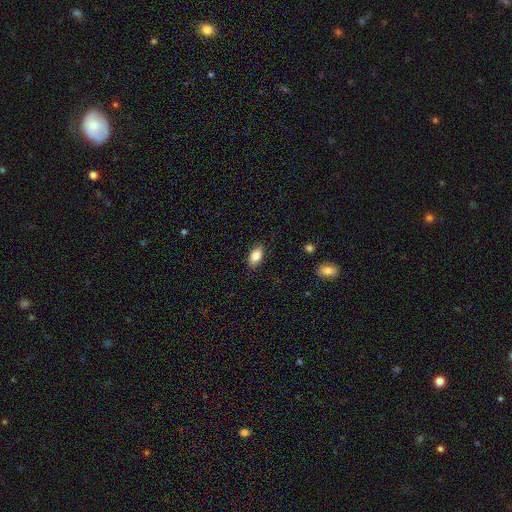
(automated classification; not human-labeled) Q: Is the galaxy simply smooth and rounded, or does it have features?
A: smooth — 83%.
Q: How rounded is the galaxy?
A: in between — 91%.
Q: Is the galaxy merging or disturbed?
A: none — 87%.